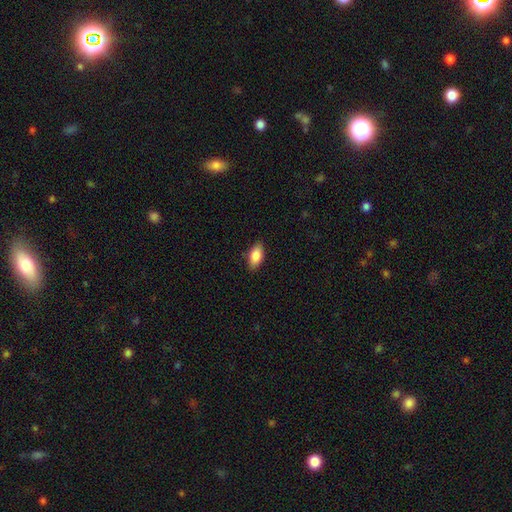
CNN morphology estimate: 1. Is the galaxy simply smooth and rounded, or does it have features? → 85% smooth, 8% featured or disk, 7% star or artifact.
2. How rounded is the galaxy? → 90% in between, 7% cigar-shaped, 3% round.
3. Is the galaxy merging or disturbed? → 86% none, 11% minor disturbance, 2% major disturbance, 1% merger.